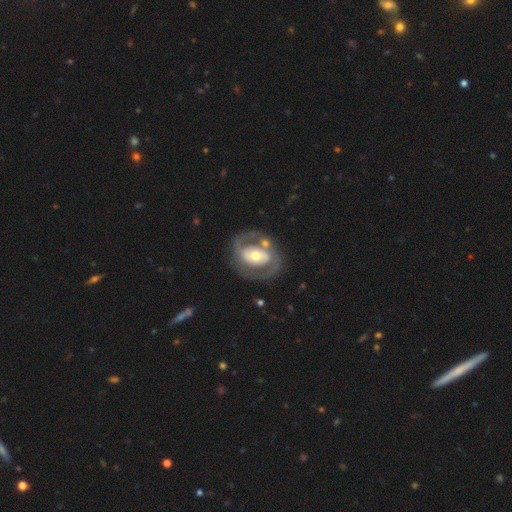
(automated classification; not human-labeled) Smooth or featured: featured or disk — 78% (smooth — 17%)
Edge-on disk: no — 96% (yes — 4%)
Bar: no — 47% (weak — 28%)
Spiral arms: yes — 67% (no — 33%)
Spiral winding: medium — 42% (tight — 41%)
Spiral arm count: 2 — 80% (can't tell — 10%)
Bulge size: moderate — 66% (small — 19%)
Merging: none — 71% (minor disturbance — 13%)